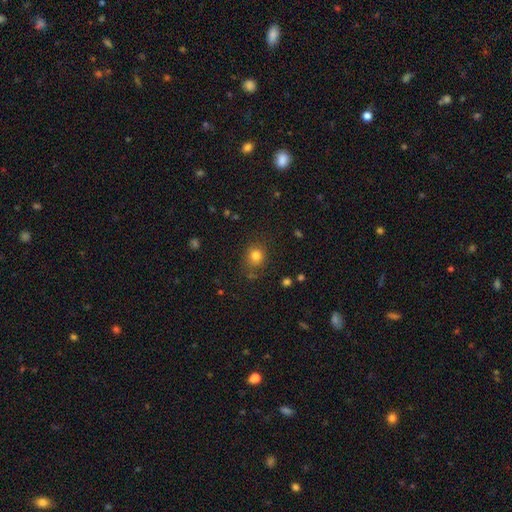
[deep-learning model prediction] Smooth or featured? smooth (80%)
How rounded? round (78%)
Merging? none (78%)